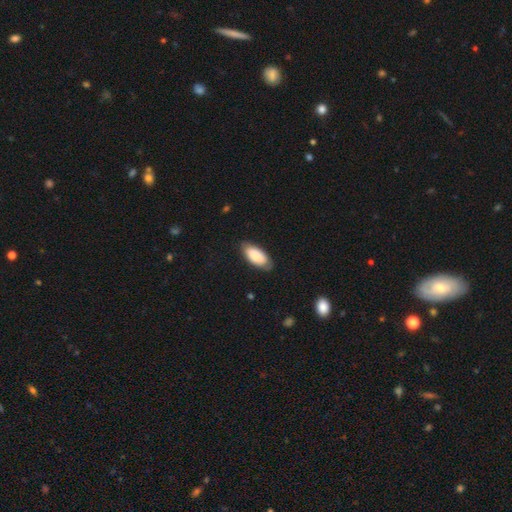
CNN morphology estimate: type=smooth (84%); roundness=in between (91%); merging=none (78%).